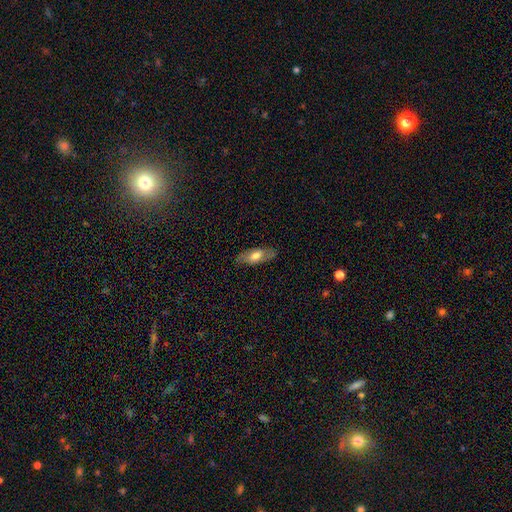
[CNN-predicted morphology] A smooth galaxy with no disk features (59%) that is in between round and cigar-shaped (75%).

Vote fractions:
- Smooth or featured? smooth: 59% / featured or disk: 34% / star or artifact: 6%
- How rounded? in between: 75% / cigar-shaped: 21% / round: 3%
- Merging? none: 83% / minor disturbance: 13% / major disturbance: 3% / merger: 1%